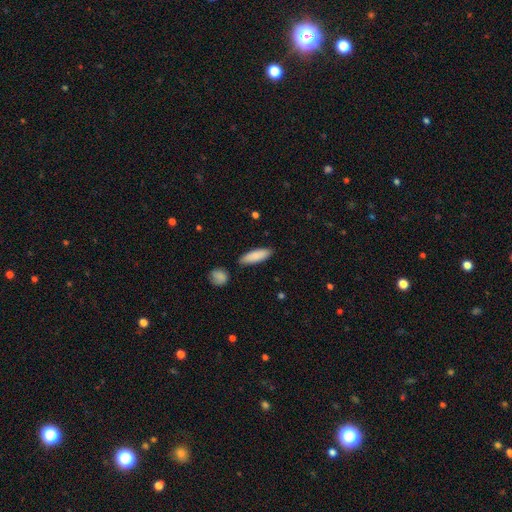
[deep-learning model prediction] Smooth or featured?
  - smooth: 85% *
  - featured or disk: 9%
  - star or artifact: 6%
How rounded?
  - in between: 54% *
  - cigar-shaped: 44%
  - round: 2%
Merging?
  - none: 84% *
  - minor disturbance: 10%
  - merger: 3%
  - major disturbance: 2%